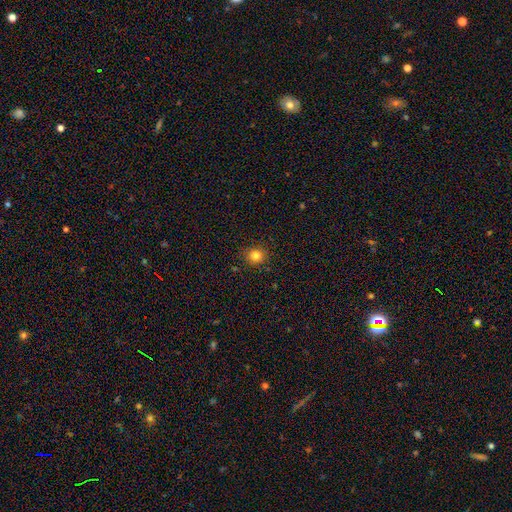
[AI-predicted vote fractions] This is clearly a smooth galaxy (82%). How rounded: clearly round (85%). Merging: clearly none (89%).